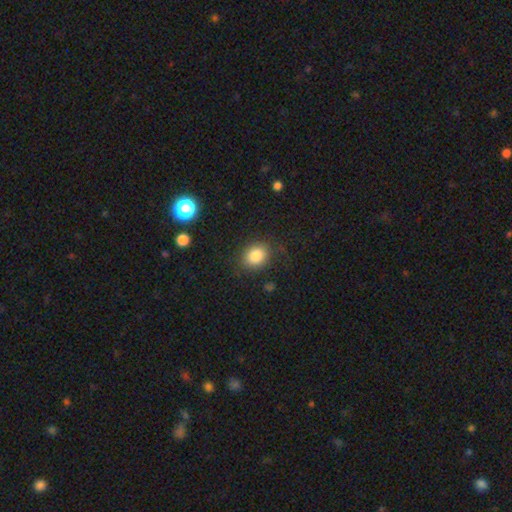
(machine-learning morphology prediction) This is clearly a smooth galaxy (84%). How rounded: possibly round (52%). Merging: clearly none (81%).